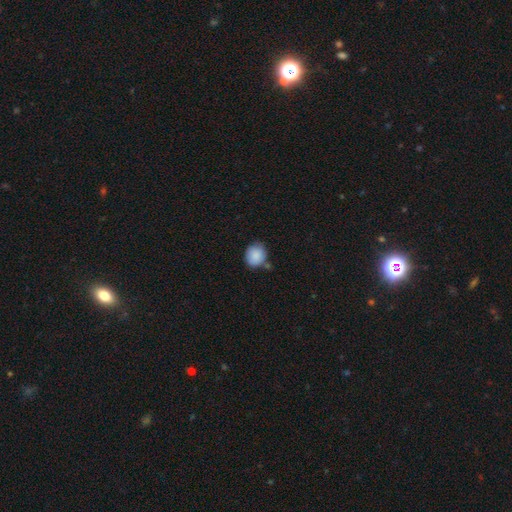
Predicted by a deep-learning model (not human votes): The model was most divided on "how rounded": round: 70%, in between: 29%, cigar-shaped: 1%. More confident: smooth or featured — smooth (88%); merging — none (67%).